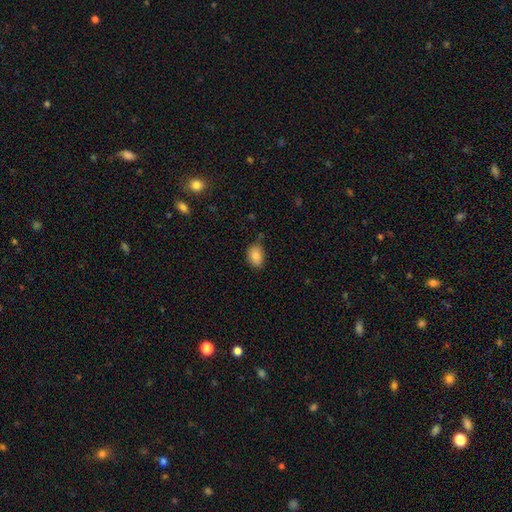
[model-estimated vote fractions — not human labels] Q: Smooth or featured?
A: smooth (86%); runner-up: star or artifact (8%)
Q: How rounded?
A: in between (81%); runner-up: round (18%)
Q: Merging?
A: none (68%); runner-up: minor disturbance (25%)